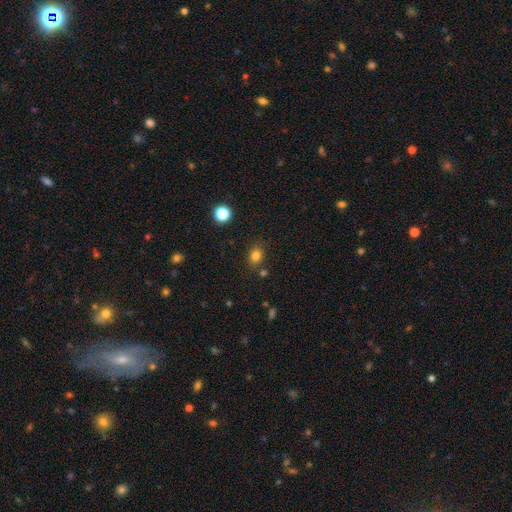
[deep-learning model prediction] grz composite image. It shows a smooth galaxy with no disk features (81%) that is round (51%). Merging: none (78%).